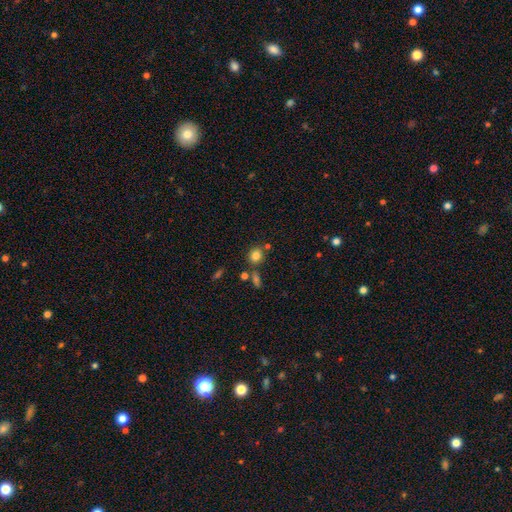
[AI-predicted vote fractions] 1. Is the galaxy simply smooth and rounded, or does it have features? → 82% smooth, 12% star or artifact, 7% featured or disk.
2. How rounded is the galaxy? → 79% round, 20% in between, 1% cigar-shaped.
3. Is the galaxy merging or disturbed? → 73% none, 12% merger, 11% minor disturbance, 4% major disturbance.